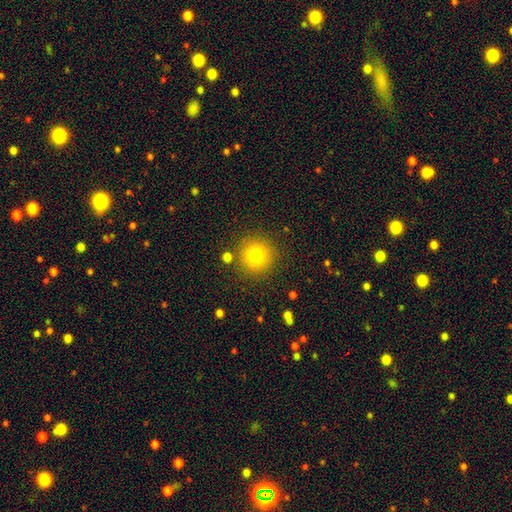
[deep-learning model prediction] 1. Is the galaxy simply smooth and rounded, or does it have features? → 78% smooth, 13% star or artifact, 9% featured or disk.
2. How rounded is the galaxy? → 95% round, 4% in between, 1% cigar-shaped.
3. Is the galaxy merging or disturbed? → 87% none, 7% minor disturbance, 3% merger, 3% major disturbance.